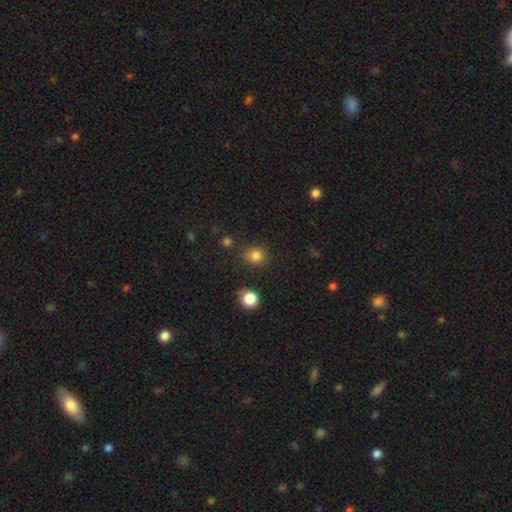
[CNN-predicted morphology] smooth 82%, star or artifact 14%, featured or disk 4%. Down the decision tree: how rounded — round (84%); merging — none (83%).